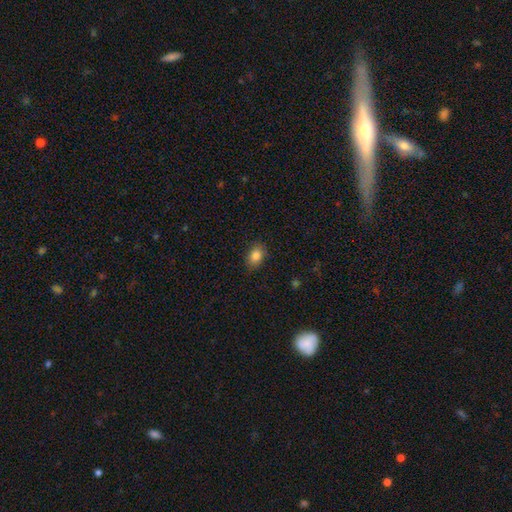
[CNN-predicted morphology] This appears to be a smooth galaxy with no disk features (85%) that is in between round and cigar-shaped (76%). Merging: none (85%).